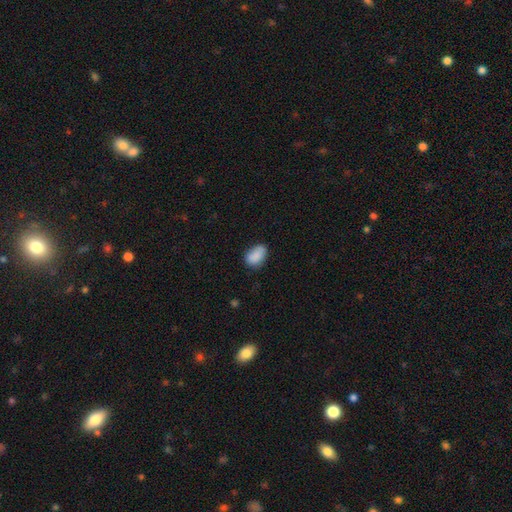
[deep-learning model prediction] smooth_or_featured: smooth (p=0.88) [alt: star or artifact p=0.07]
how_rounded: in between (p=0.87) [alt: round p=0.11]
merging: none (p=0.70) [alt: minor disturbance p=0.24]